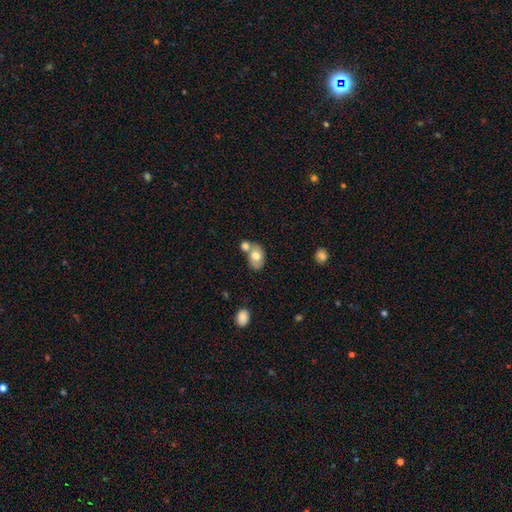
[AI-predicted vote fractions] The model was most divided on "merging": none: 43%, merger: 39%, minor disturbance: 14%, major disturbance: 5%. More confident: how rounded — in between (78%); smooth or featured — smooth (70%).